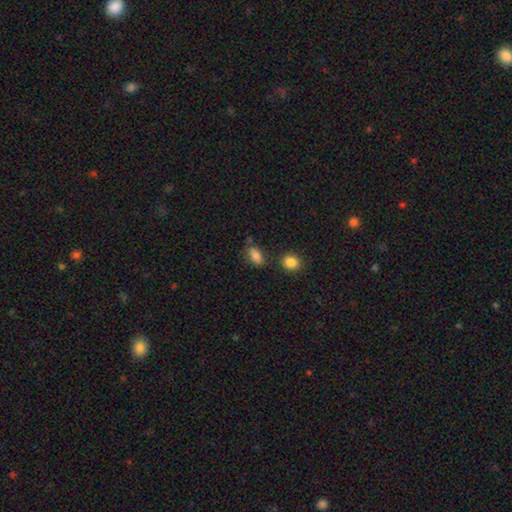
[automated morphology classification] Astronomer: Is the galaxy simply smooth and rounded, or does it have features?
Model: smooth — 83%.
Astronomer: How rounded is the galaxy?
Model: in between — 86%.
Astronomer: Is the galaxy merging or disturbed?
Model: none — 68%.